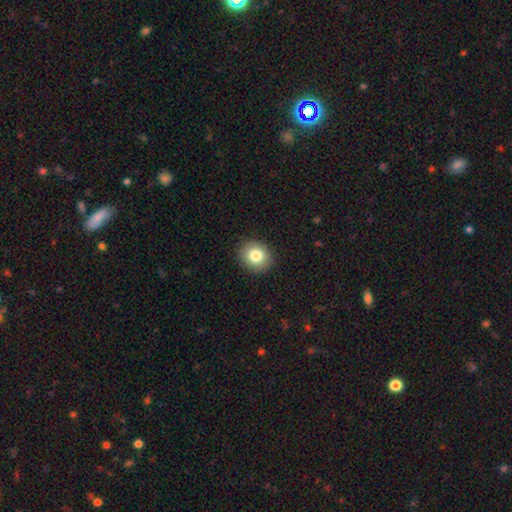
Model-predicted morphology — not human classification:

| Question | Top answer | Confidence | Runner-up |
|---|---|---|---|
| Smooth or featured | smooth | 82% | star or artifact (9%) |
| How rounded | round | 77% | in between (23%) |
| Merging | none | 91% | minor disturbance (7%) |